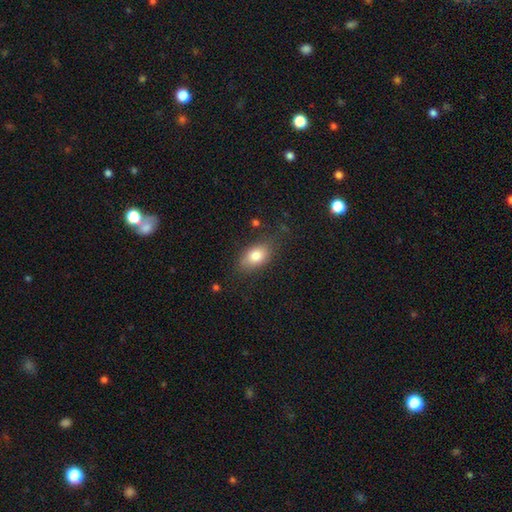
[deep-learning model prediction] A smooth galaxy with no disk features (81%) that is in between round and cigar-shaped (88%).

Vote fractions:
- Smooth or featured? smooth: 81% / featured or disk: 11% / star or artifact: 8%
- How rounded? in between: 88% / round: 10% / cigar-shaped: 3%
- Merging? none: 76% / minor disturbance: 17% / major disturbance: 5% / merger: 2%